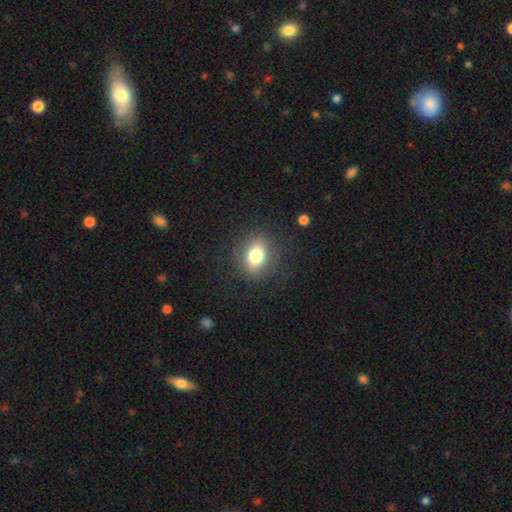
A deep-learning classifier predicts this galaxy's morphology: smooth-or-featured: smooth: 75% | featured or disk: 14% | star or artifact: 11%
  how-rounded: in between: 58% | round: 40% | cigar-shaped: 2%
  merging: none: 84% | minor disturbance: 10% | major disturbance: 5% | merger: 1%